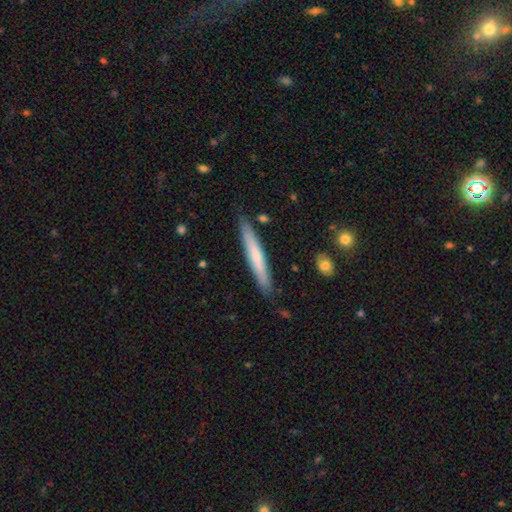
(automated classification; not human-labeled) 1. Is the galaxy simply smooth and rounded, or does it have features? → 59% smooth, 35% featured or disk, 5% star or artifact.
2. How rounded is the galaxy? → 95% cigar-shaped, 4% in between, 1% round.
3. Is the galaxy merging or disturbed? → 87% none, 10% minor disturbance, 2% major disturbance, 2% merger.